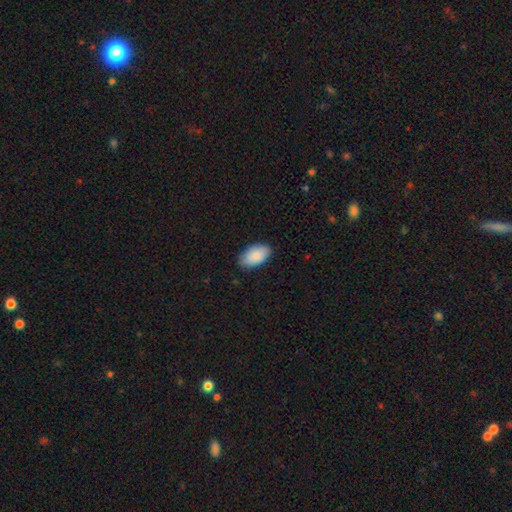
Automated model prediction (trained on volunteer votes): Smooth or featured?
  - smooth: 87% *
  - featured or disk: 7%
  - star or artifact: 6%
How rounded?
  - in between: 95% *
  - round: 3%
  - cigar-shaped: 1%
Merging?
  - none: 82% *
  - minor disturbance: 15%
  - major disturbance: 2%
  - merger: 1%